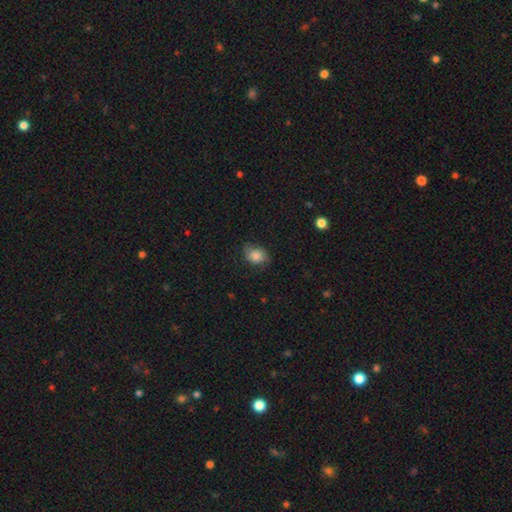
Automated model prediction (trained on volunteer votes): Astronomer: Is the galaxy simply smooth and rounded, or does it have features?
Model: smooth — 76%.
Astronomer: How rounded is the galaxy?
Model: in between — 62% (runner-up: round, 37%).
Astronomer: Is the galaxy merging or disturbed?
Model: none — 65%.